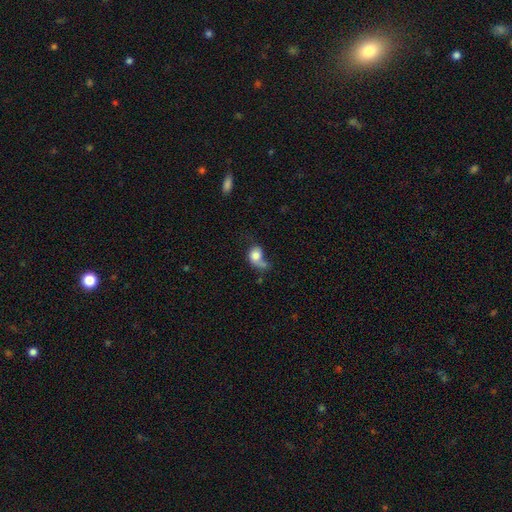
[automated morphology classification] type=smooth (71%); roundness=in between (50%); merging=major disturbance (37%).